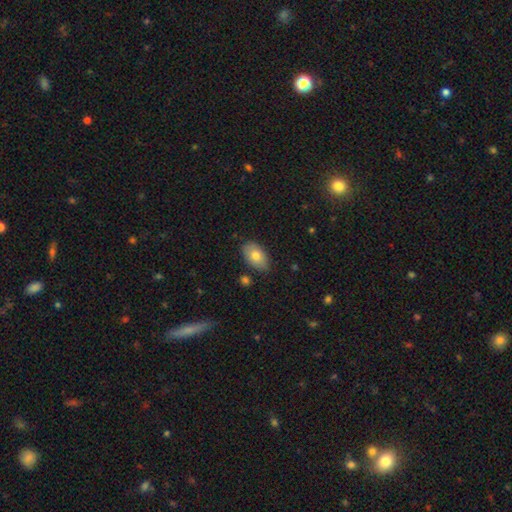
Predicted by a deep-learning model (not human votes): smooth_or_featured: smooth (p=0.77) [alt: featured or disk p=0.16]
how_rounded: in between (p=0.91) [alt: round p=0.07]
merging: none (p=0.82) [alt: minor disturbance p=0.14]